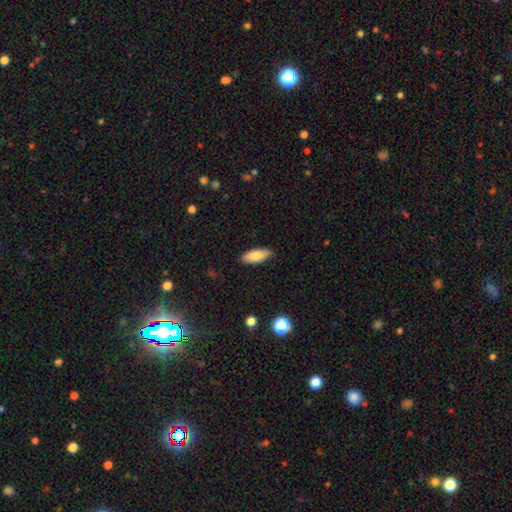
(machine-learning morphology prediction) Smooth or featured: smooth — 81% (featured or disk — 13%)
How rounded: in between — 78% (cigar-shaped — 20%)
Merging: none — 87% (minor disturbance — 10%)